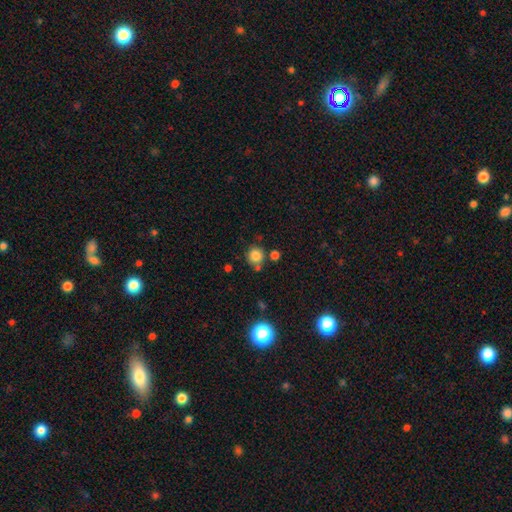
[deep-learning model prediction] Smooth or featured?
  - smooth: 82% *
  - star or artifact: 12%
  - featured or disk: 6%
How rounded?
  - round: 91% *
  - in between: 8%
  - cigar-shaped: 1%
Merging?
  - none: 73% *
  - merger: 12%
  - minor disturbance: 12%
  - major disturbance: 4%